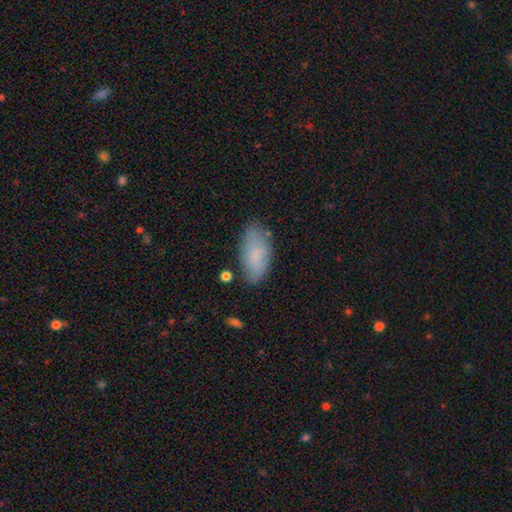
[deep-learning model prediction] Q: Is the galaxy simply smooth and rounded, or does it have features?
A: smooth — 79%.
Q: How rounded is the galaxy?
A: in between — 92%.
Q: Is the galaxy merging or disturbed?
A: none — 72%.